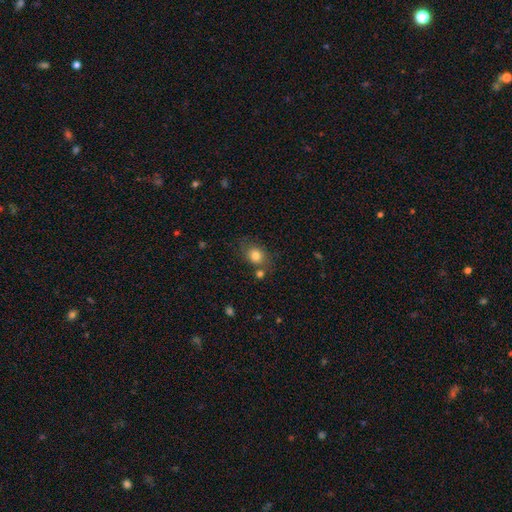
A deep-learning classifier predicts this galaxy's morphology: Q: Smooth or featured?
A: smooth (81%); runner-up: star or artifact (11%)
Q: How rounded?
A: round (57%); runner-up: in between (41%)
Q: Merging?
A: none (68%); runner-up: minor disturbance (16%)